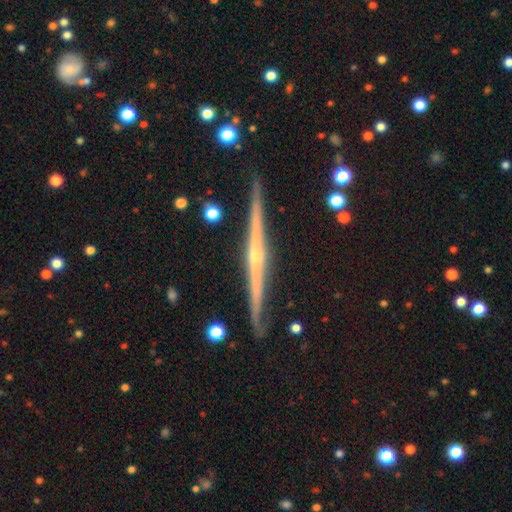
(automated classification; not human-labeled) Smooth or featured? Predicted: featured or disk (p=0.87). Edge-on disk? Predicted: yes (p=0.99). Edge-on bulge? Predicted: rounded (p=0.75). Merging? Predicted: none (p=0.91).